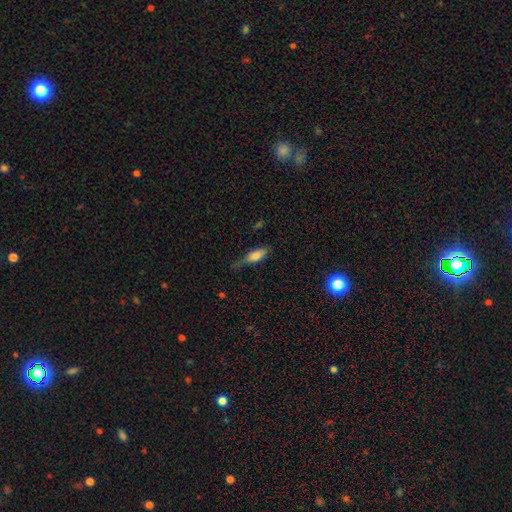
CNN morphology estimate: Smooth or featured: smooth — 74% (featured or disk — 18%)
How rounded: in between — 68% (cigar-shaped — 29%)
Merging: none — 47% (minor disturbance — 34%)